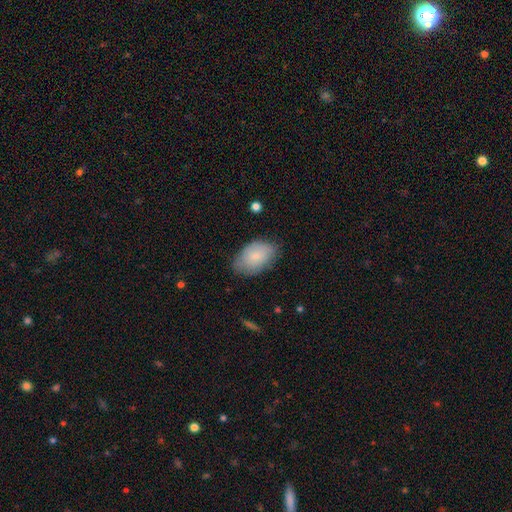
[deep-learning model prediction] This appears to be a smooth galaxy with no disk features (79%) that is in between round and cigar-shaped (90%). Merging: none (71%).